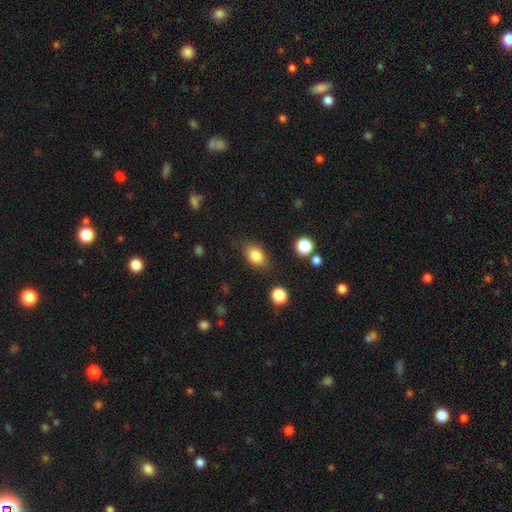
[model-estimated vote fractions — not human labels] smooth_or_featured: smooth (p=0.84) [alt: star or artifact p=0.09]
how_rounded: in between (p=0.81) [alt: round p=0.17]
merging: none (p=0.79) [alt: minor disturbance p=0.14]